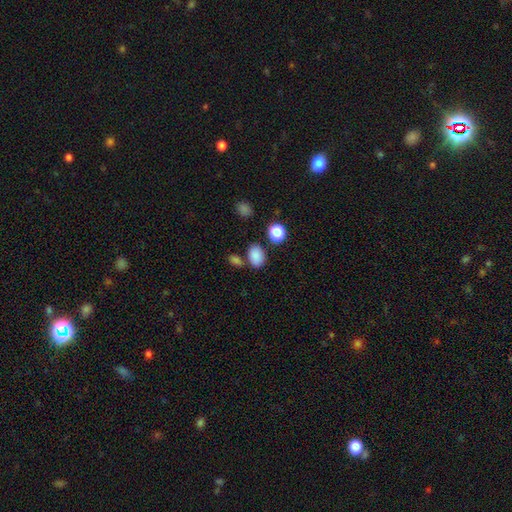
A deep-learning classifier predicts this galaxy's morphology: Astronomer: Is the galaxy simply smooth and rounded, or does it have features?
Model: smooth — 85%.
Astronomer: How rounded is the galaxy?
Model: in between — 81%.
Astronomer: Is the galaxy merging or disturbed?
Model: none — 71%.